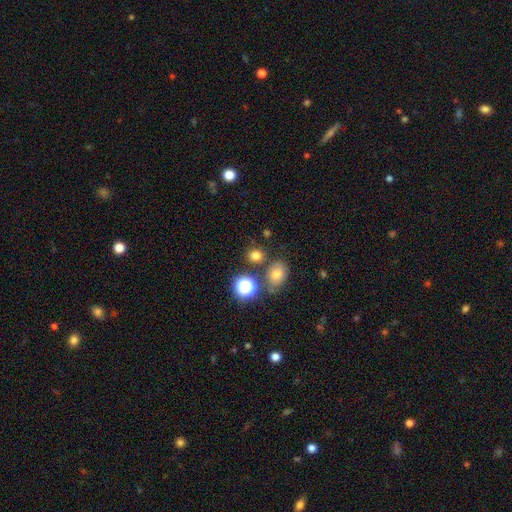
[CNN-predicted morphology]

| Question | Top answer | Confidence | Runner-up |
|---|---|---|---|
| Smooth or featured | smooth | 75% | star or artifact (19%) |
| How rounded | round | 76% | in between (23%) |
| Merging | none | 75% | merger (12%) |